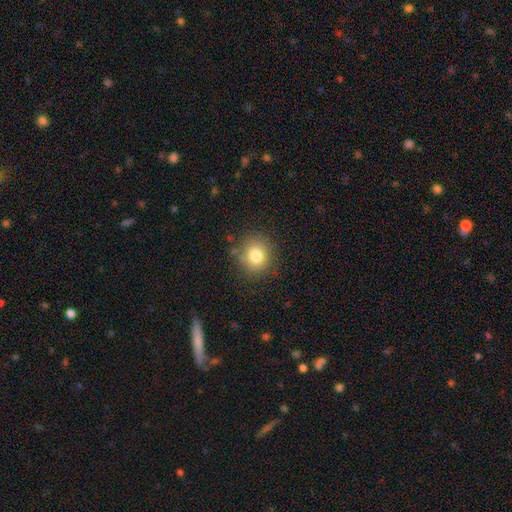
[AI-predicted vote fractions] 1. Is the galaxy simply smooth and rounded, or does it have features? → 79% smooth, 12% star or artifact, 10% featured or disk.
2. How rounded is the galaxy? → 81% round, 19% in between, 1% cigar-shaped.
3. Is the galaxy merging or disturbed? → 81% none, 12% minor disturbance, 4% major disturbance, 3% merger.